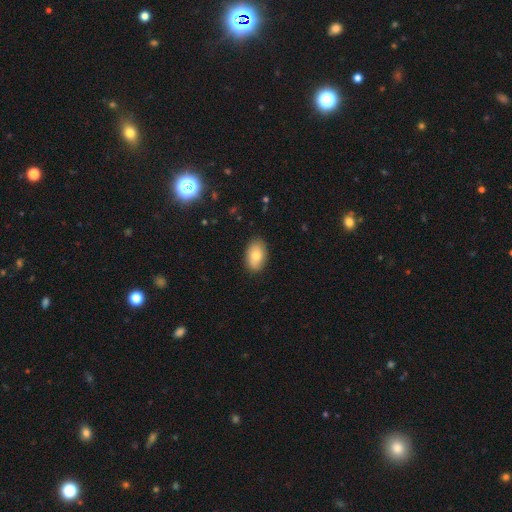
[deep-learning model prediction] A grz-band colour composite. It shows a smooth galaxy with no disk features (79%) that is in between round and cigar-shaped (91%). Merging: none (85%).